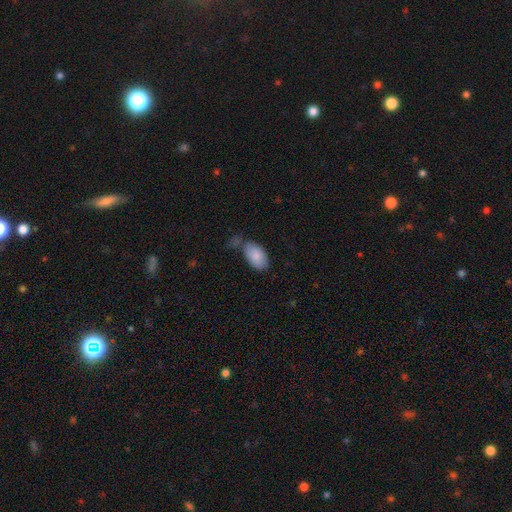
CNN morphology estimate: Smooth or featured? Predicted: smooth (p=0.85). How rounded? Predicted: in between (p=0.94). Merging? Predicted: none (p=0.57).